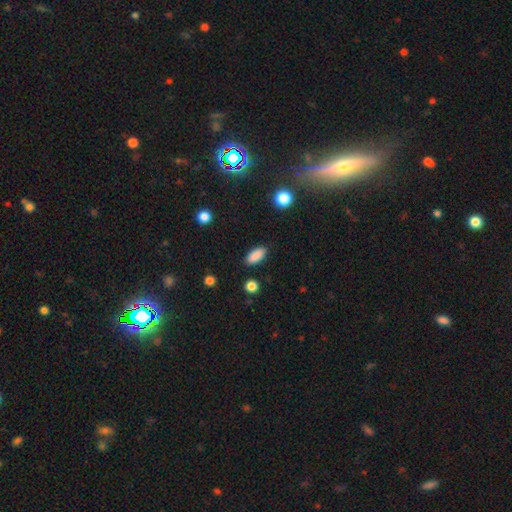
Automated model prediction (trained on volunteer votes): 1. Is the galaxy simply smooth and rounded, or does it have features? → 89% smooth, 7% star or artifact, 4% featured or disk.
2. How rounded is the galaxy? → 84% in between, 13% cigar-shaped, 3% round.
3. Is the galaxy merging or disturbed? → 88% none, 8% minor disturbance, 2% major disturbance, 1% merger.